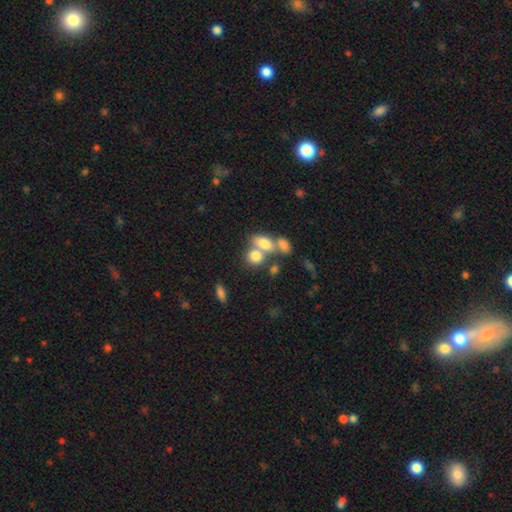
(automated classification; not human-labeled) The model was most divided on "how rounded": in between: 54%, round: 43%, cigar-shaped: 3%. More confident: smooth or featured — smooth (76%); merging — merger (50%).